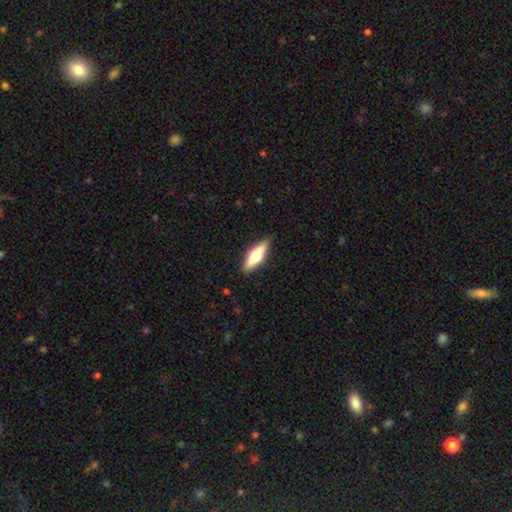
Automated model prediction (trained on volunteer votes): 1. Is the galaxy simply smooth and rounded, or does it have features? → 51% featured or disk, 43% smooth, 6% star or artifact.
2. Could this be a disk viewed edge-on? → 94% yes, 6% no.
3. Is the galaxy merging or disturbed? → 89% none, 8% minor disturbance, 2% major disturbance, 1% merger.